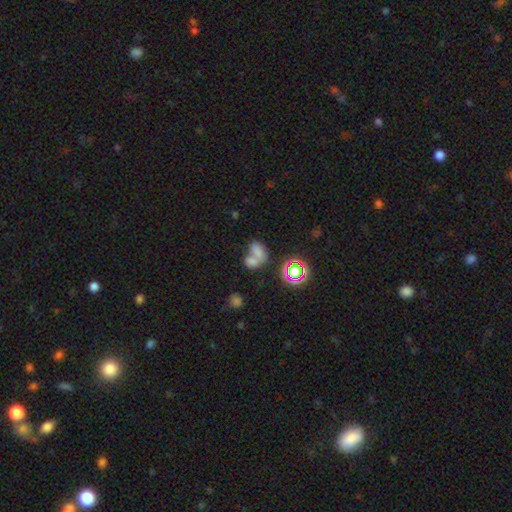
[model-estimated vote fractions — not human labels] The model was most divided on "merging": merger: 66%, none: 22%, minor disturbance: 7%, major disturbance: 5%. More confident: how rounded — in between (72%); smooth or featured — smooth (67%).